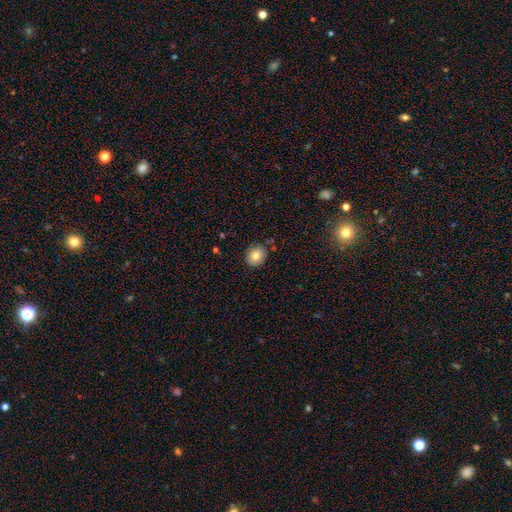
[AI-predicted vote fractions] The model was most divided on "how rounded": round: 69%, in between: 30%, cigar-shaped: 1%. More confident: merging — none (86%); smooth or featured — smooth (82%).